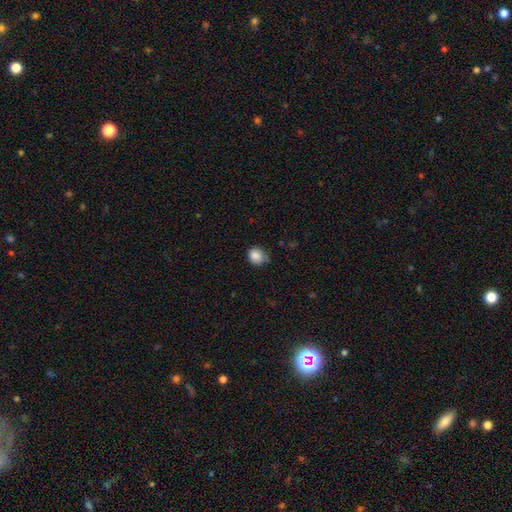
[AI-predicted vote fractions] Overall: smooth (87%). How rounded: round (67%; in between 32%). Merging: none (63%; minor disturbance 30%).